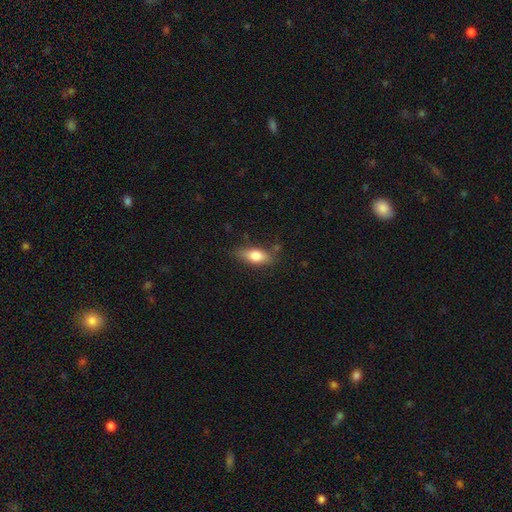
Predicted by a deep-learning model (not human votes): smooth_or_featured: smooth (p=0.75) [alt: featured or disk p=0.18]
how_rounded: in between (p=0.76) [alt: cigar-shaped p=0.20]
merging: none (p=0.75) [alt: minor disturbance p=0.18]